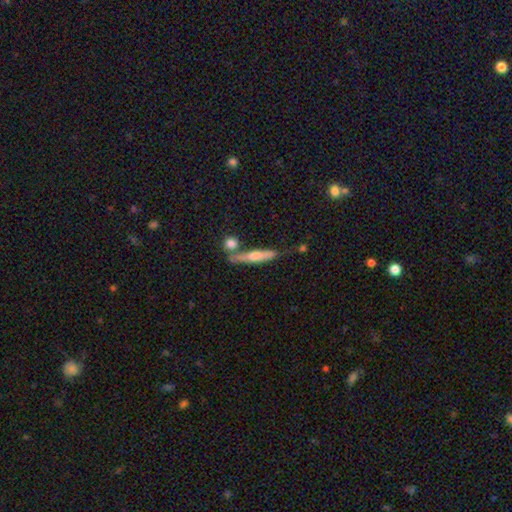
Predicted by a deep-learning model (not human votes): featured or disk 46% (tied), smooth 46% (tied), star or artifact 7%. Down the decision tree: merging — none (63%).